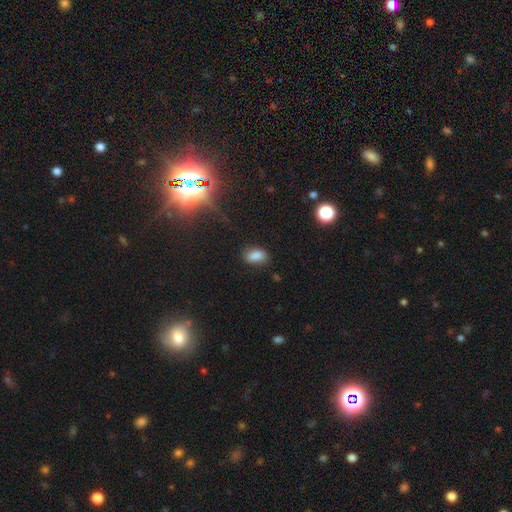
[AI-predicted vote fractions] Smooth or featured? smooth (83%)
How rounded? in between (89%)
Merging? none (79%)